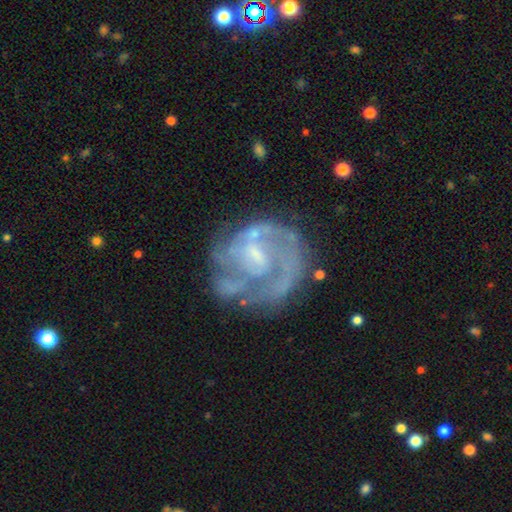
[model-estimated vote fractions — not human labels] A featured or disk galaxy (83%) with a weak bar (48%), tight (49%) spiral arms (85%) and a small central bulge (43%).

Vote fractions:
- Smooth or featured? featured or disk: 83% / smooth: 10% / star or artifact: 7%
- Edge-on disk? no: 98% / yes: 2%
- Bar? weak: 48% / no: 40% / strong: 12%
- Spiral arms? yes: 85% / no: 15%
- Spiral winding? tight: 49% / medium: 37% / loose: 13%
- Spiral arm count? can't tell: 30% / 2: 28% / 3: 16% / 1: 16% / 4: 5% / more than 4: 4%
- Bulge size? small: 43% / moderate: 27% / none: 26% / large: 3% / dominant: 1%
- Merging? none: 58% / major disturbance: 20% / minor disturbance: 18% / merger: 3%